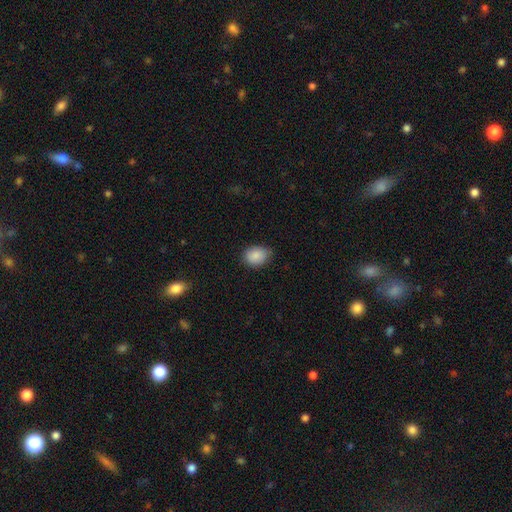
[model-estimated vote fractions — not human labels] A smooth galaxy with no disk features (88%) that is in between round and cigar-shaped (66%). Merging: none (73%).